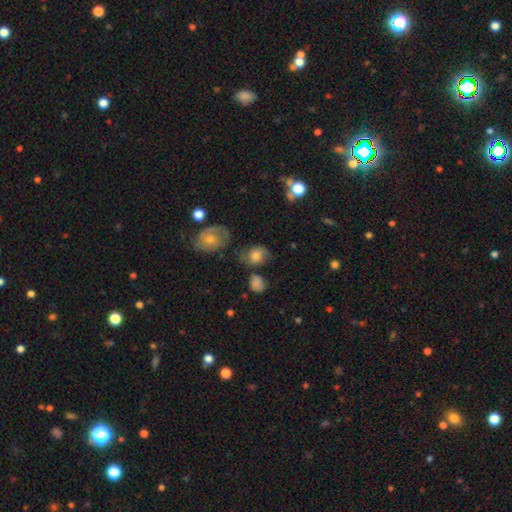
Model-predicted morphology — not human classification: Overall: smooth (65%). How rounded: in between (58%; round 41%). Merging: none (53%; minor disturbance 24%).